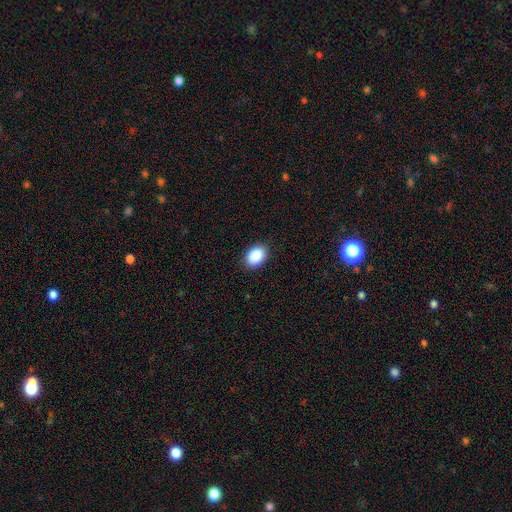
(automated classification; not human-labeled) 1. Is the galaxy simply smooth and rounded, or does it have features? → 90% smooth, 7% star or artifact, 3% featured or disk.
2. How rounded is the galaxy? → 82% in between, 17% round, 1% cigar-shaped.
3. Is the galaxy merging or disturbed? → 88% none, 9% minor disturbance, 2% major disturbance, 1% merger.